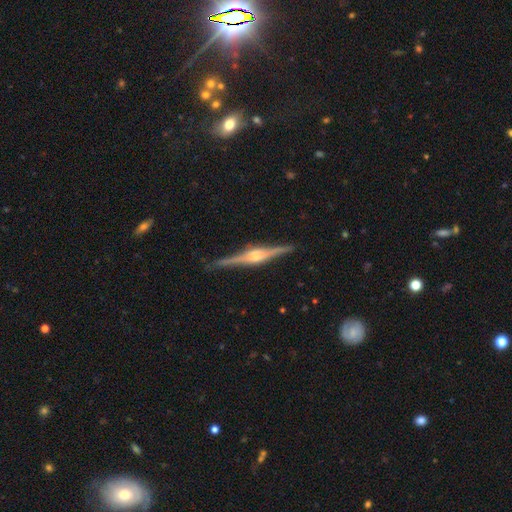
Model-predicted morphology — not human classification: type=featured or disk (87%); edge-on=yes (98%); edge-on bulge=rounded (85%); merging=none (89%).